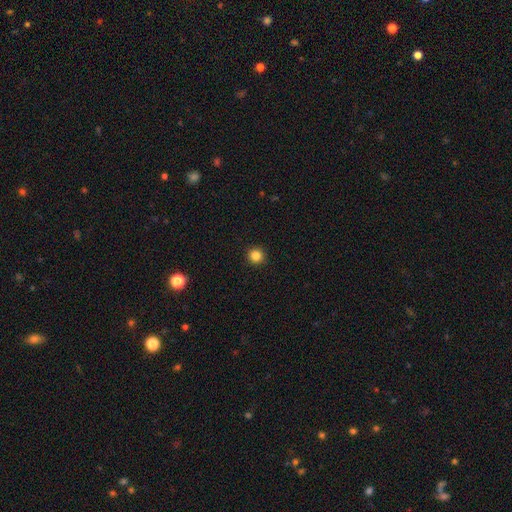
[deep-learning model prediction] smooth-or-featured: smooth: 84% | star or artifact: 12% | featured or disk: 4%
  how-rounded: round: 95% | in between: 4% | cigar-shaped: 1%
  merging: none: 94% | minor disturbance: 4% | major disturbance: 1% | merger: 1%